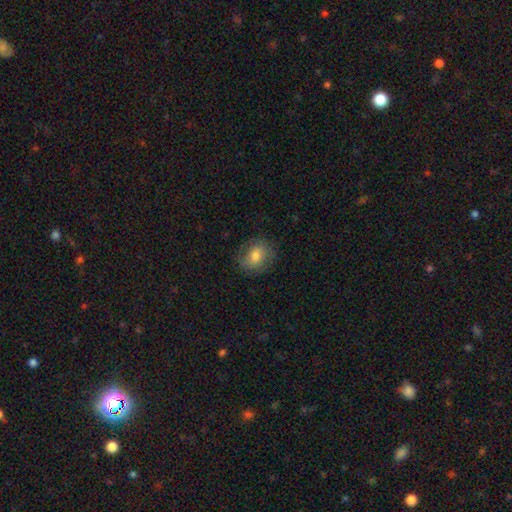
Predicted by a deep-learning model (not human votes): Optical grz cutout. It shows a smooth galaxy with no disk features (72%) that is round (60%). Merging: none (79%).